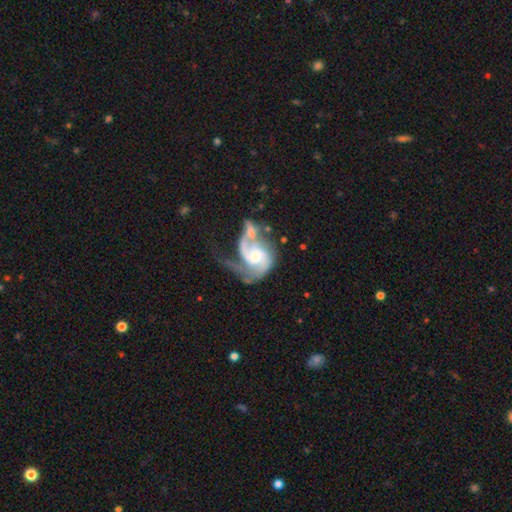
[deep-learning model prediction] featured or disk 88%, smooth 7%, star or artifact 5%. Down the decision tree: edge-on disk — no (98%); bar — weak (45%); spiral arms — yes (96%); spiral arm count — 2 (70%); spiral winding — medium (49%); bulge size — moderate (46%); merging — major disturbance (33%).